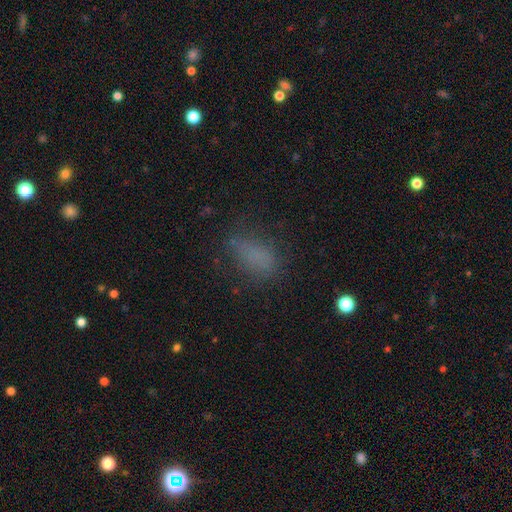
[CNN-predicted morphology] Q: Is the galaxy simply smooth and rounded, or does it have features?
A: smooth — 72%.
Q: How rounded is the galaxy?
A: in between — 81%.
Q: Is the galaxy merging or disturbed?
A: none — 64%.